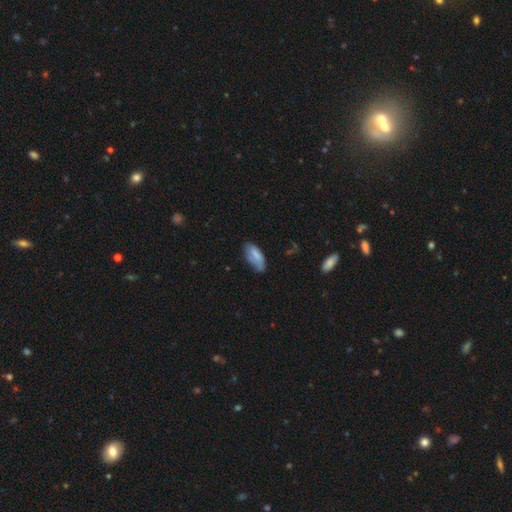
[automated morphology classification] A smooth galaxy with no disk features (73%) that is in between round and cigar-shaped (85%). Merging: none (50%).